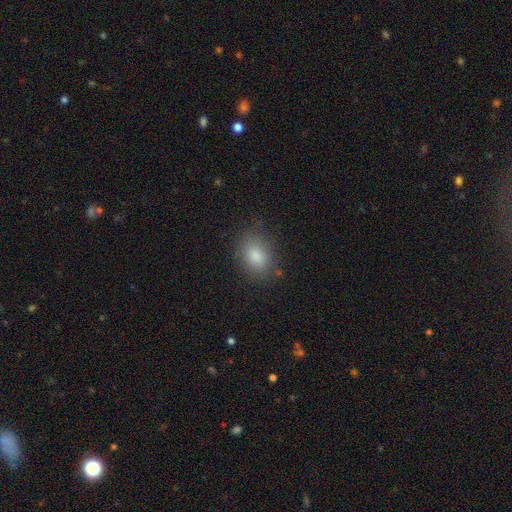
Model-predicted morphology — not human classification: smooth 83%, star or artifact 10%, featured or disk 7%. Down the decision tree: how rounded — in between (71%); merging — none (83%).